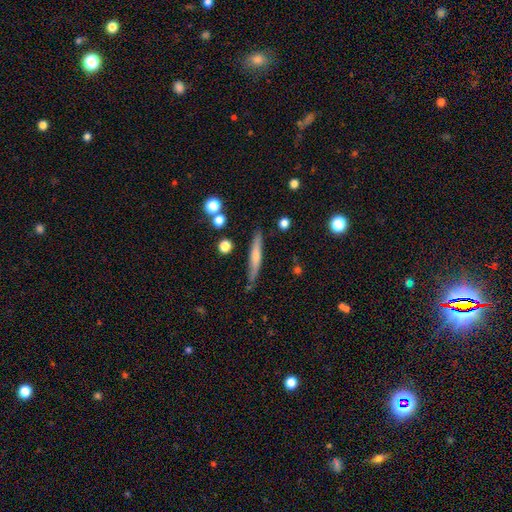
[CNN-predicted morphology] A smooth galaxy with no disk features (54%) that is cigar-shaped (92%).

Vote fractions:
- Smooth or featured? smooth: 54% / featured or disk: 40% / star or artifact: 7%
- How rounded? cigar-shaped: 92% / in between: 6% / round: 2%
- Merging? none: 80% / minor disturbance: 13% / merger: 3% / major disturbance: 3%